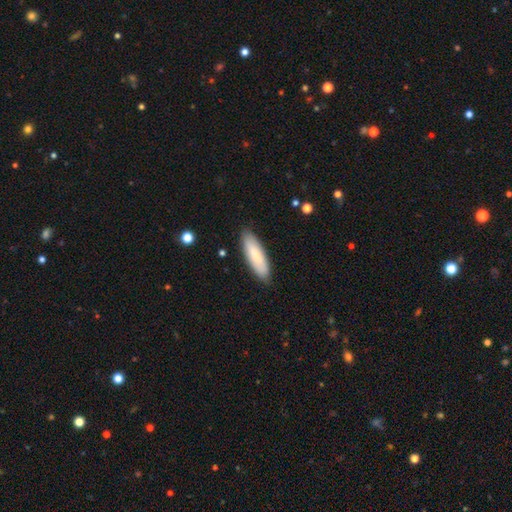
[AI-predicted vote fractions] Morphology: type=smooth (81%); roundness=cigar-shaped (50%); merging=none (87%).